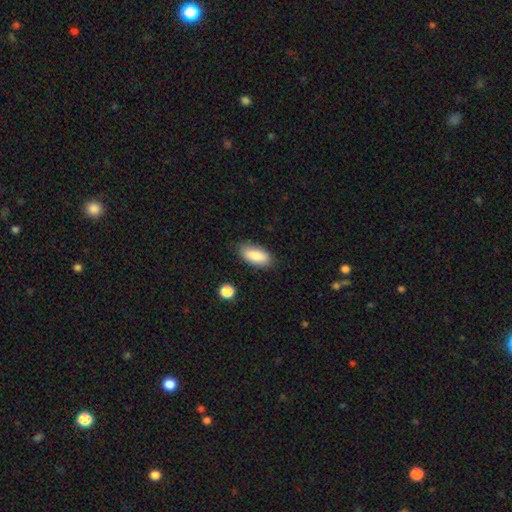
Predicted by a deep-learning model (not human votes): Smooth or featured? Predicted: smooth (p=0.85). How rounded? Predicted: in between (p=0.87). Merging? Predicted: none (p=0.83).